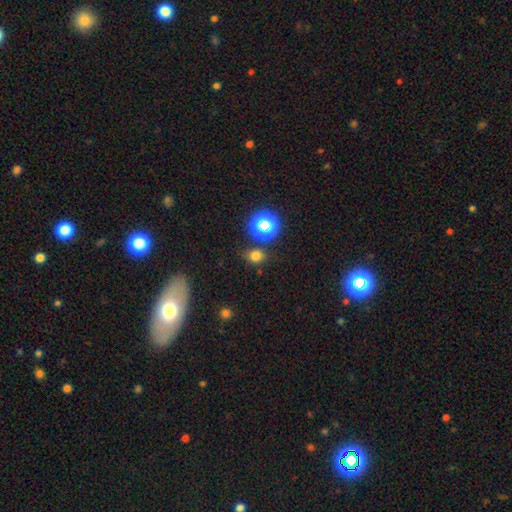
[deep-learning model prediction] This is likely a smooth galaxy (71%). How rounded: likely round (67%). Merging: likely none (79%).